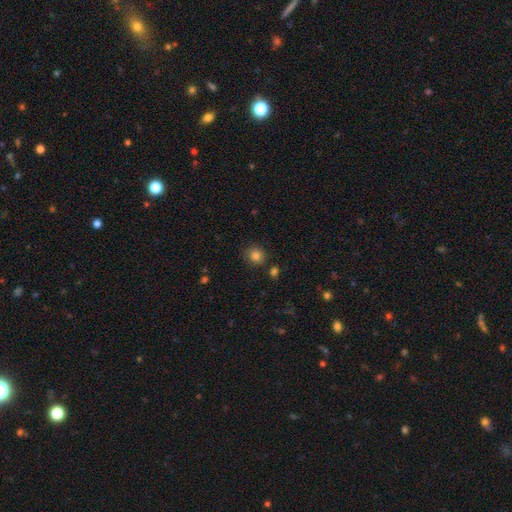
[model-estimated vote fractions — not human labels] Smooth or featured? Predicted: smooth (p=0.83). How rounded? Predicted: round (p=0.81). Merging? Predicted: none (p=0.83).